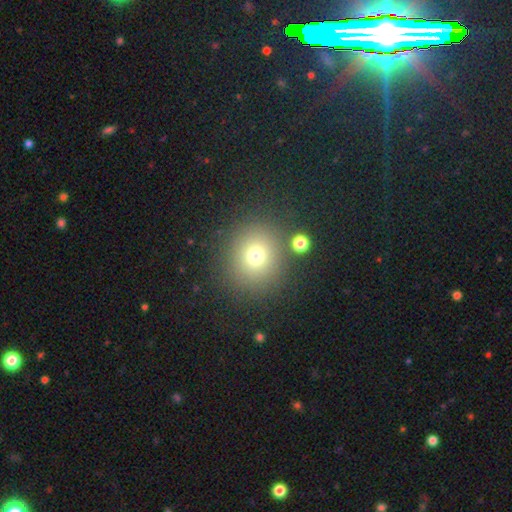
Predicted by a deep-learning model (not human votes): Smooth or featured? smooth (73%)
How rounded? round (87%)
Merging? none (84%)